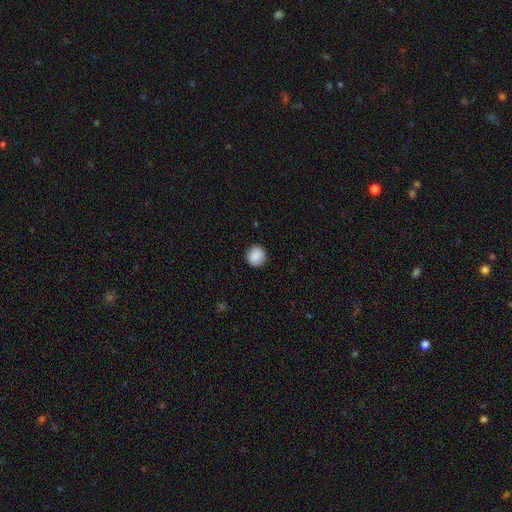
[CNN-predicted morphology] A smooth galaxy with no disk features (89%) that is round (91%). Merging: none (90%).